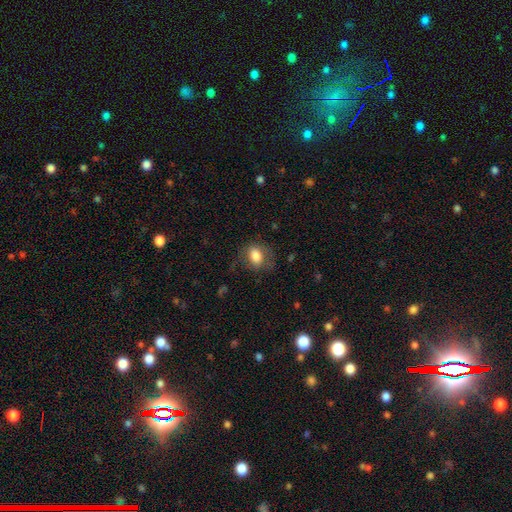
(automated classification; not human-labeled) Smooth or featured? smooth (78%)
How rounded? in between (67%)
Merging? none (65%)